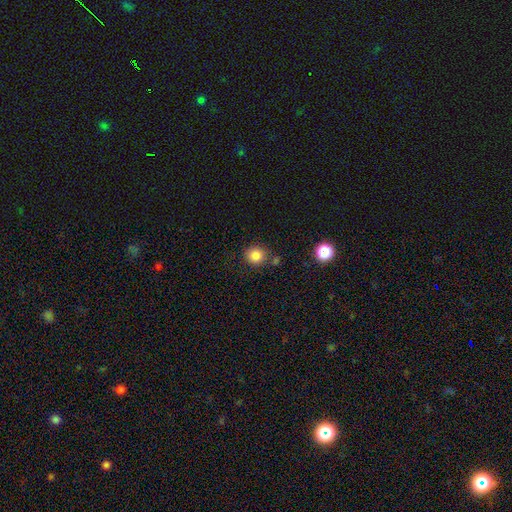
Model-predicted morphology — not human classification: Smooth or featured? Predicted: smooth (p=0.84). How rounded? Predicted: round (p=0.88). Merging? Predicted: none (p=0.79).